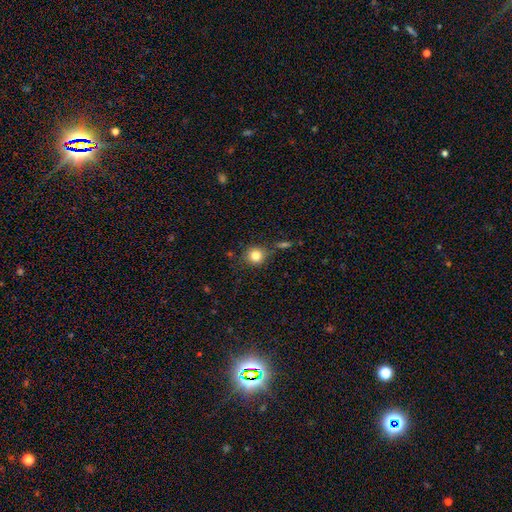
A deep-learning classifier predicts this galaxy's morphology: A smooth galaxy with no disk features (83%) that is round (88%).

Vote fractions:
- Smooth or featured? smooth: 83% / star or artifact: 10% / featured or disk: 7%
- How rounded? round: 88% / in between: 11% / cigar-shaped: 1%
- Merging? none: 78% / minor disturbance: 12% / merger: 6% / major disturbance: 4%